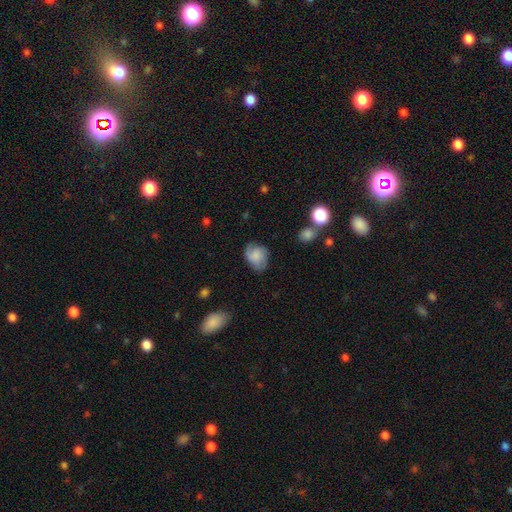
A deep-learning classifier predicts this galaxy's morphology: A smooth galaxy with no disk features (61%) that is in between round and cigar-shaped (58%).

Vote fractions:
- Smooth or featured? smooth: 61% / featured or disk: 31% / star or artifact: 9%
- How rounded? in between: 58% / round: 41% / cigar-shaped: 1%
- Merging? none: 63% / minor disturbance: 26% / major disturbance: 9% / merger: 2%